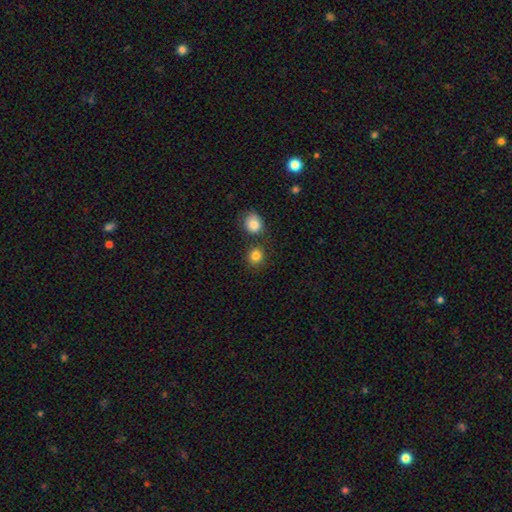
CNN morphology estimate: A smooth galaxy with no disk features (84%) that is round (84%). Merging: none (76%).